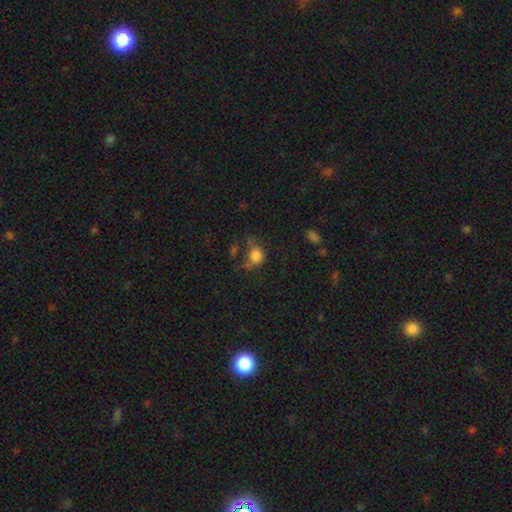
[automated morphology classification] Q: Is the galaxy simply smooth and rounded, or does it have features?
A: smooth — 75%.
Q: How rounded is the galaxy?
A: round — 63%.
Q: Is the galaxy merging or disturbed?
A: none — 37%.